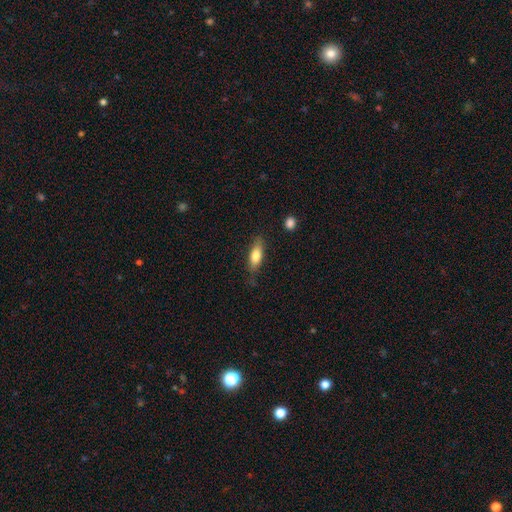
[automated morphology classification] Overall: smooth (76%). How rounded: in between (65%; cigar-shaped 32%). Merging: none (75%).